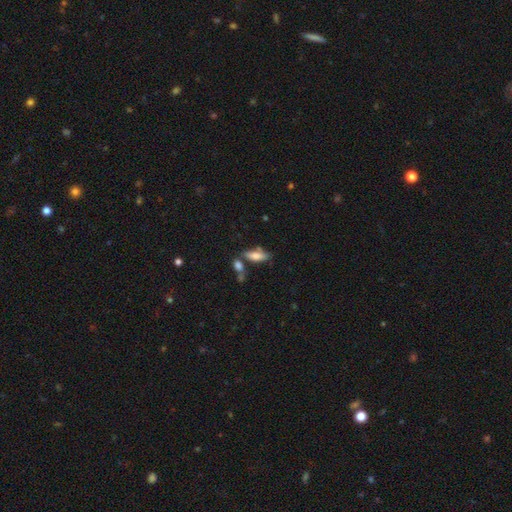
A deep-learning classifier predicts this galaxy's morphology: Overall: smooth (74%). How rounded: in between (68%; cigar-shaped 29%). Merging: none (61%).